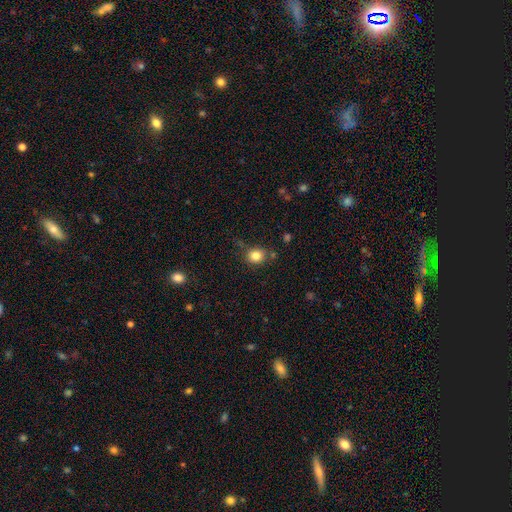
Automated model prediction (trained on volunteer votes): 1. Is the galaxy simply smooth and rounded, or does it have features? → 83% smooth, 11% star or artifact, 6% featured or disk.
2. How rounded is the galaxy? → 75% round, 24% in between, 1% cigar-shaped.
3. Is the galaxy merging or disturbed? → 78% none, 14% minor disturbance, 5% merger, 4% major disturbance.